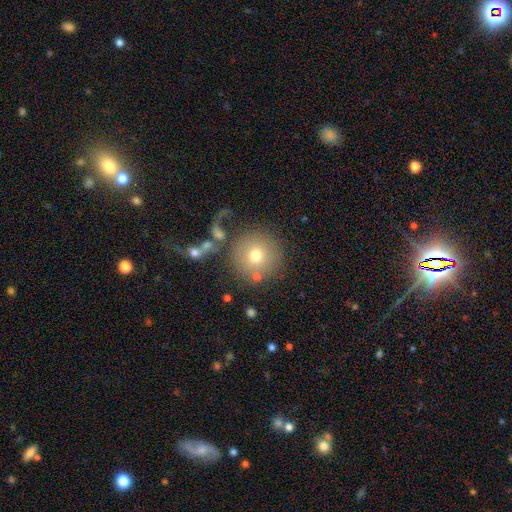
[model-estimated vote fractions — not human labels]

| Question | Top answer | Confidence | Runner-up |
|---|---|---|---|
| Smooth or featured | smooth | 69% | featured or disk (19%) |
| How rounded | round | 95% | in between (4%) |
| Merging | none | 72% | minor disturbance (11%) |